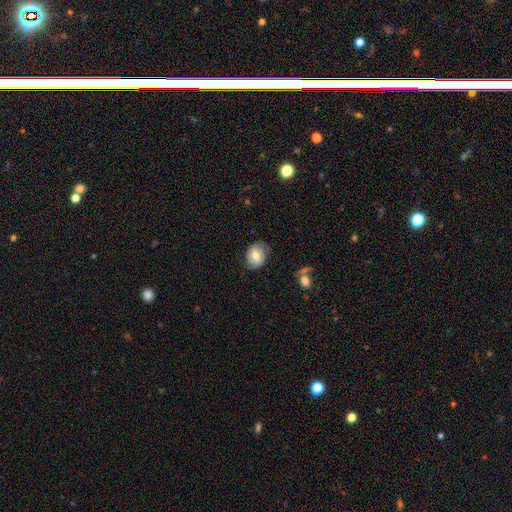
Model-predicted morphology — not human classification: Q: Smooth or featured?
A: smooth (64%); runner-up: featured or disk (28%)
Q: How rounded?
A: in between (57%); runner-up: round (42%)
Q: Merging?
A: none (67%); runner-up: minor disturbance (24%)